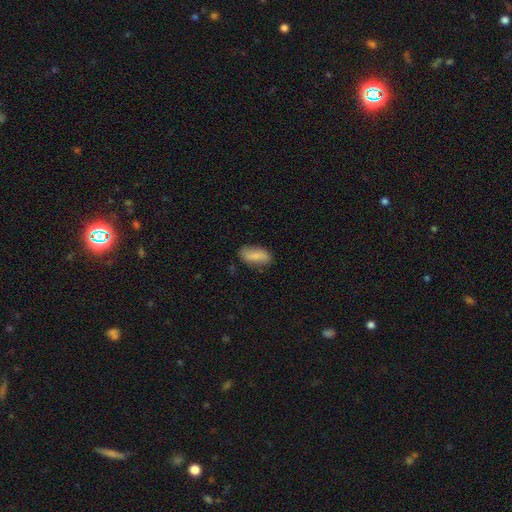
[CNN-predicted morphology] This is likely a smooth galaxy (74%). How rounded: clearly in between (86%). Merging: likely none (75%).